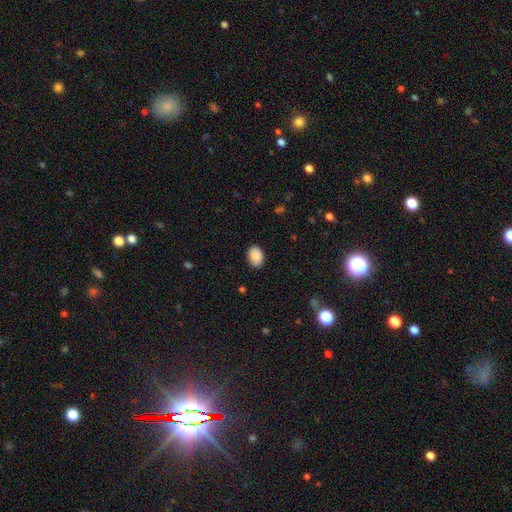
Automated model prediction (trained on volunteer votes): Morphology: type=smooth (89%); roundness=in between (80%); merging=none (86%).